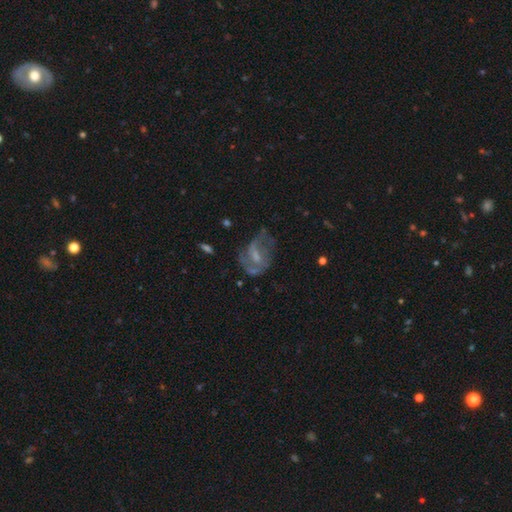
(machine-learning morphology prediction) smooth_or_featured: featured or disk (p=0.69) [alt: smooth p=0.22]
disk_edge_on: no (p=0.97) [alt: yes p=0.03]
bar: weak (p=0.49) [alt: no p=0.36]
has_spiral_arms: yes (p=0.70) [alt: no p=0.30]
bulge_size: small (p=0.41) [alt: moderate p=0.29]
merging: none (p=0.42) [alt: major disturbance p=0.31]